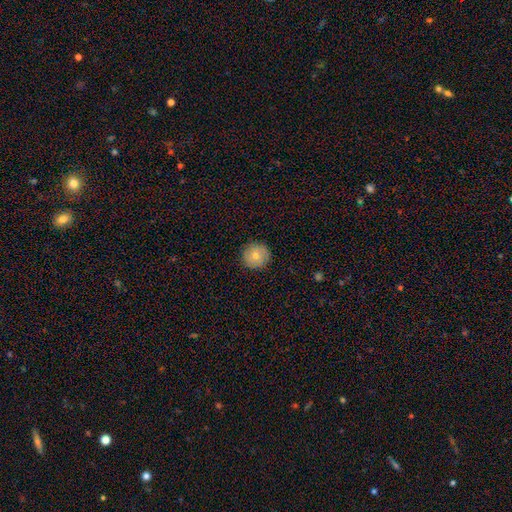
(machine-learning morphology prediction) Smooth or featured? smooth (76%)
How rounded? round (92%)
Merging? none (89%)